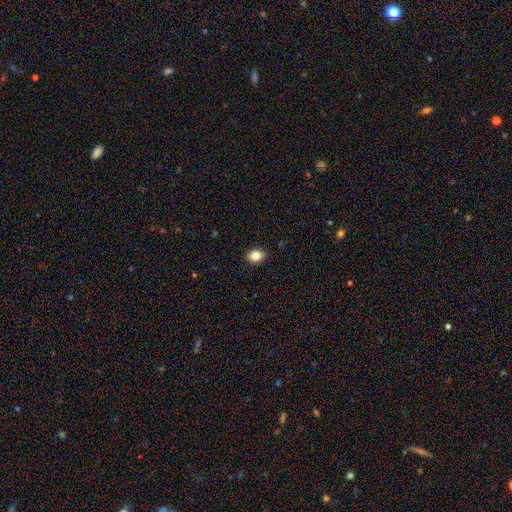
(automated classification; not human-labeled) A smooth galaxy with no disk features (83%) that is in between round and cigar-shaped (65%).

Vote fractions:
- Smooth or featured? smooth: 83% / star or artifact: 10% / featured or disk: 8%
- How rounded? in between: 65% / round: 34% / cigar-shaped: 1%
- Merging? none: 89% / minor disturbance: 8% / major disturbance: 2% / merger: 1%